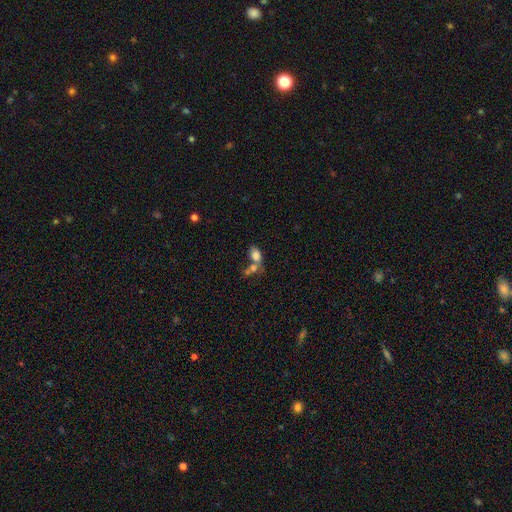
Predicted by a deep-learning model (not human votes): The model was most divided on "merging": merger: 52%, none: 30%, minor disturbance: 10%, major disturbance: 7%. More confident: how rounded — in between (84%); smooth or featured — smooth (78%).